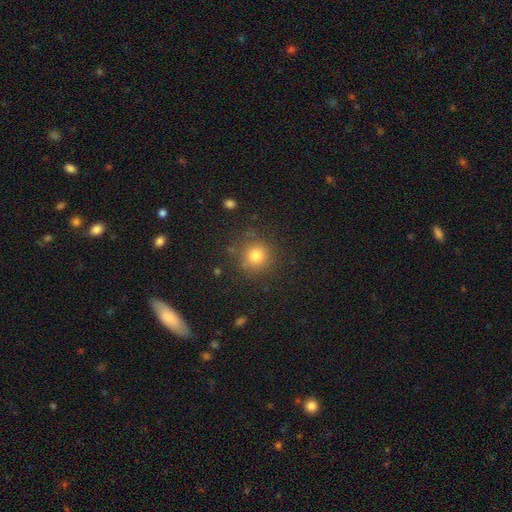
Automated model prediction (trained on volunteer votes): This is likely a smooth galaxy (80%). How rounded: clearly round (92%). Merging: clearly none (84%).